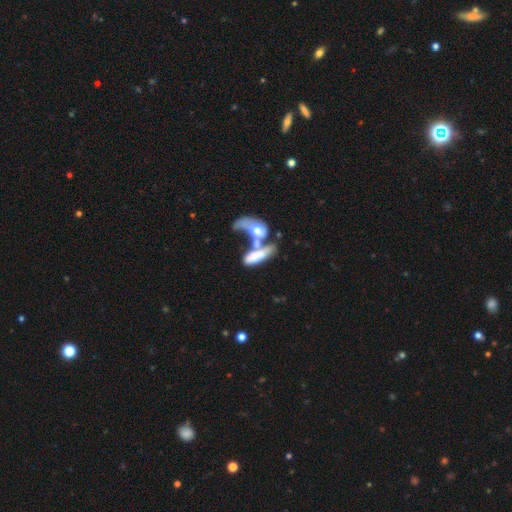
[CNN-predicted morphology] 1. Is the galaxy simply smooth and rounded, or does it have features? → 53% smooth, 39% featured or disk, 8% star or artifact.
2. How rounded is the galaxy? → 76% in between, 18% cigar-shaped, 6% round.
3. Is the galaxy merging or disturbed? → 71% merger, 15% major disturbance, 8% none, 6% minor disturbance.